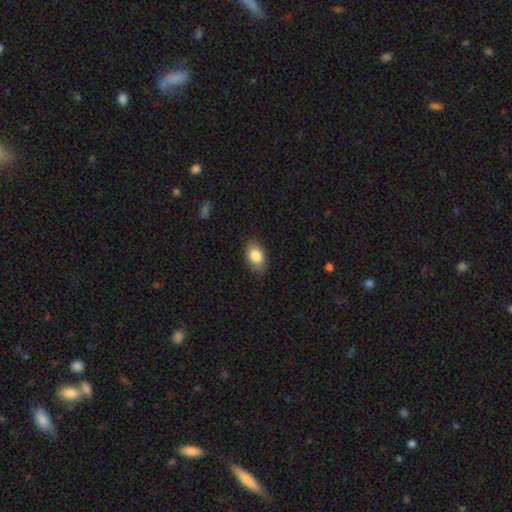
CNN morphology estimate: Q: Smooth or featured?
A: smooth (84%); runner-up: featured or disk (9%)
Q: How rounded?
A: in between (88%); runner-up: round (11%)
Q: Merging?
A: none (83%); runner-up: minor disturbance (13%)